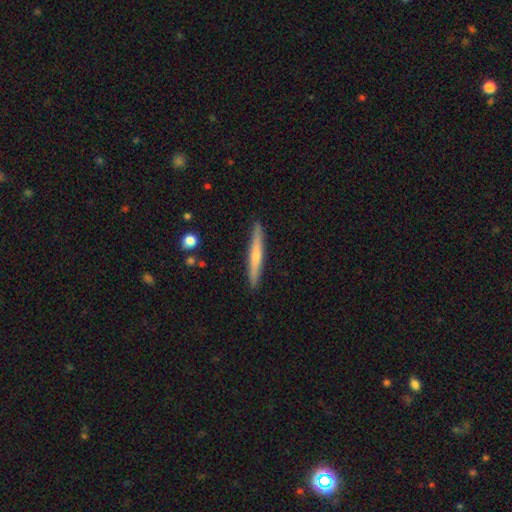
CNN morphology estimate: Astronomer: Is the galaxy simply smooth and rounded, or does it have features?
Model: featured or disk — 48% (runner-up: smooth, 47%).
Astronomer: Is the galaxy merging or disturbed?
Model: none — 91%.